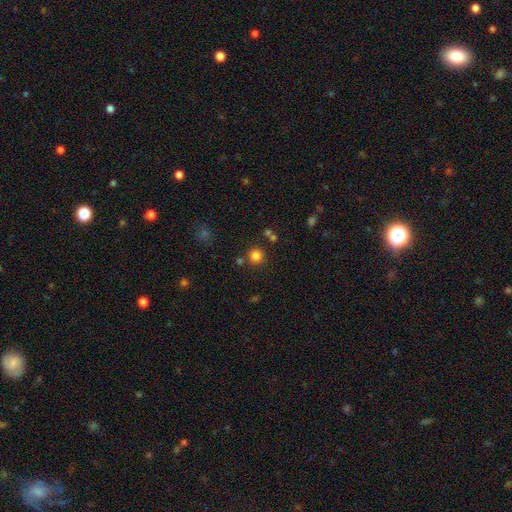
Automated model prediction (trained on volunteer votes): Q: Smooth or featured?
A: smooth (82%); runner-up: star or artifact (14%)
Q: How rounded?
A: round (94%); runner-up: in between (5%)
Q: Merging?
A: none (82%); runner-up: merger (8%)